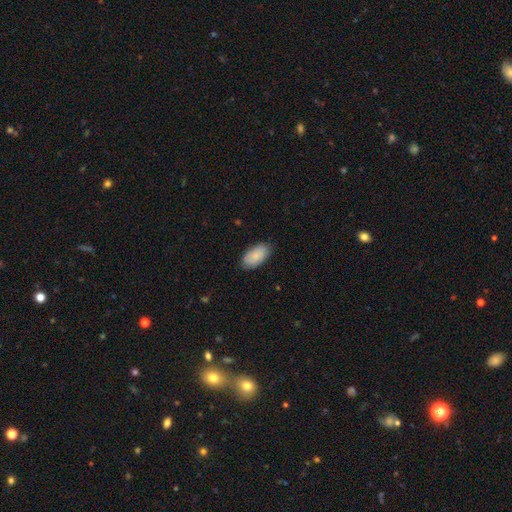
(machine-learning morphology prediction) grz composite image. It shows a smooth galaxy with no disk features (87%) that is in between round and cigar-shaped (95%). Merging: none (85%).